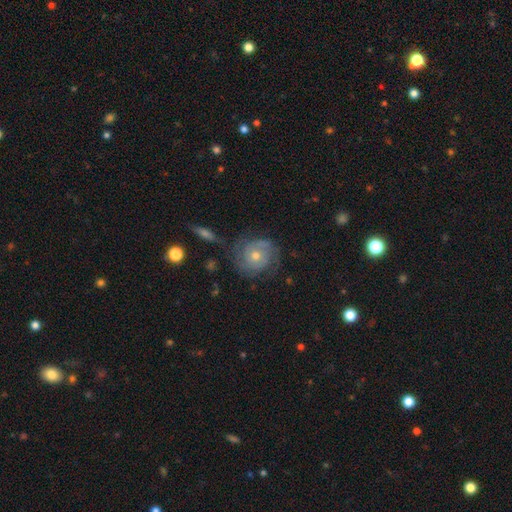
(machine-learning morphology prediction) smooth-or-featured: featured or disk: 78% | smooth: 14% | star or artifact: 8%
  disk-edge-on: no: 97% | yes: 3%
    bar: no: 79% | weak: 17% | strong: 4%
    has-spiral-arms: yes: 92% | no: 8%
      spiral-winding: tight: 65% | medium: 27% | loose: 8%
      spiral-arm-count: 2: 57% | can't tell: 21% | 3: 12% | 1: 4% | 4: 4% | more than 4: 3%
    bulge-size: moderate: 59% | small: 37% | large: 2% | none: 1% | dominant: 1%
  merging: none: 74% | minor disturbance: 16% | major disturbance: 7% | merger: 2%